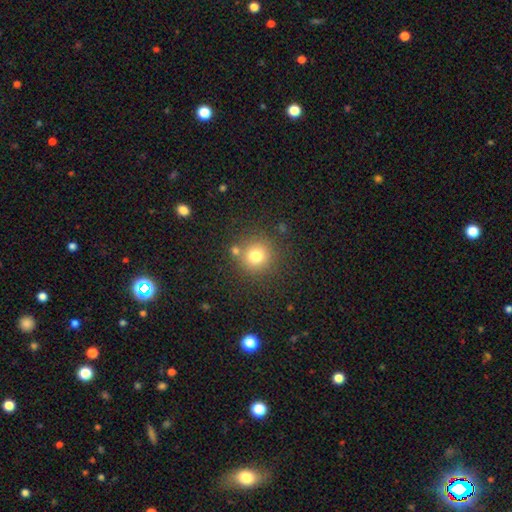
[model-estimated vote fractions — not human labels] Overall: smooth (76%). How rounded: round (93%). Merging: none (78%).